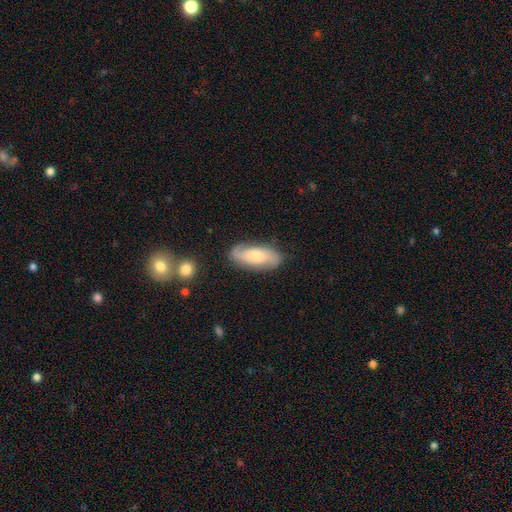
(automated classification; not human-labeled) smooth-or-featured: featured or disk: 52% | smooth: 42% | star or artifact: 6%
  disk-edge-on: no: 88% | yes: 12%
  merging: none: 77% | minor disturbance: 16% | major disturbance: 4% | merger: 2%